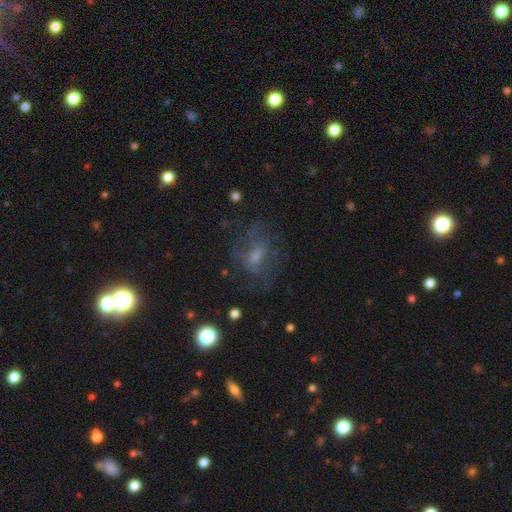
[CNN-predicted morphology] Q: Smooth or featured?
A: featured or disk (49%); runner-up: smooth (35%)
Q: Merging?
A: none (54%); runner-up: major disturbance (25%)